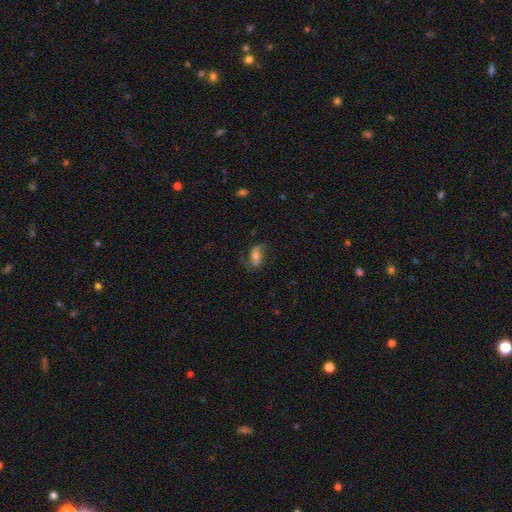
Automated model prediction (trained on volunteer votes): Q: Smooth or featured?
A: featured or disk (54%); runner-up: smooth (37%)
Q: Edge-on disk?
A: no (88%); runner-up: yes (12%)
Q: Merging?
A: none (66%); runner-up: minor disturbance (20%)